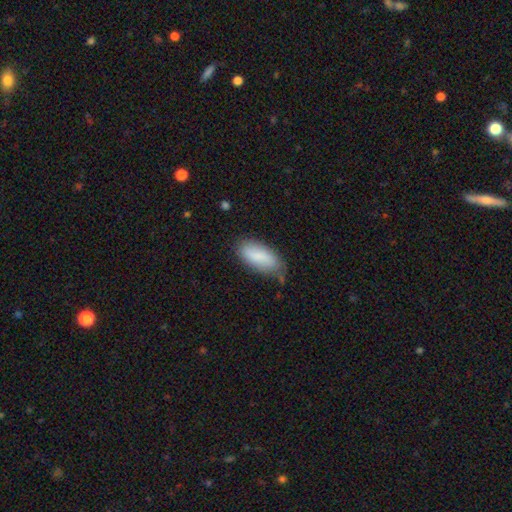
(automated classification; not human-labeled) Smooth or featured? smooth (85%)
How rounded? in between (82%)
Merging? none (68%)